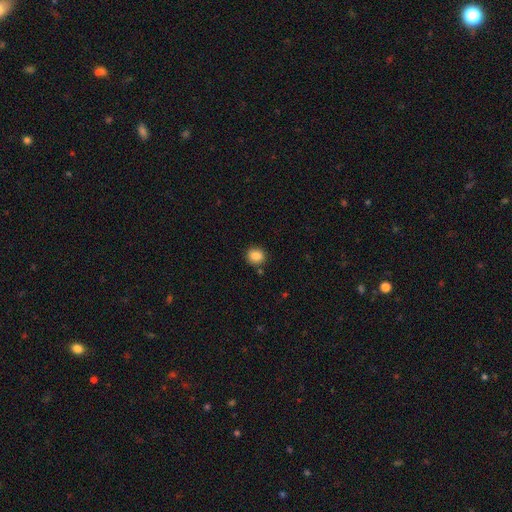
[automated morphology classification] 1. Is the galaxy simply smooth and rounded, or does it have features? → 87% smooth, 9% star or artifact, 4% featured or disk.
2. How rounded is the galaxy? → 82% round, 17% in between, 1% cigar-shaped.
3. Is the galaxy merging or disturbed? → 86% none, 9% minor disturbance, 4% merger, 2% major disturbance.